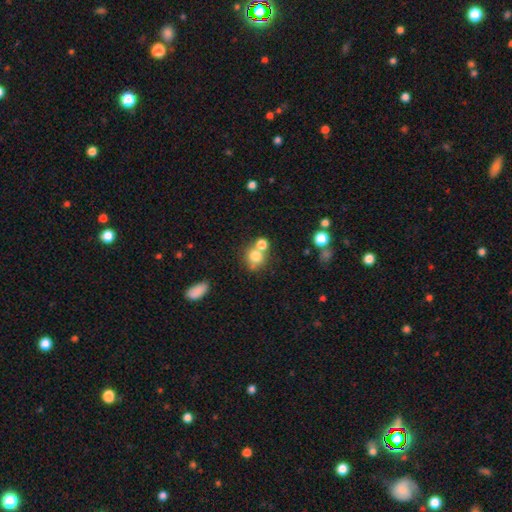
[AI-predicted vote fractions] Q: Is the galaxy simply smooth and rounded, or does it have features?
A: smooth — 75%.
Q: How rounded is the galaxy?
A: round — 77%.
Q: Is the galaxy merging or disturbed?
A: none — 49%.